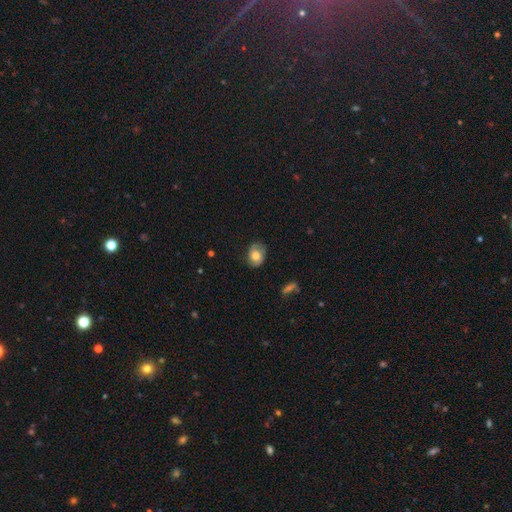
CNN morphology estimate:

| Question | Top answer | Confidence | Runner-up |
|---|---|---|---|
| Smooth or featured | smooth | 66% | featured or disk (26%) |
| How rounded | in between | 58% | round (41%) |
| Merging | none | 69% | minor disturbance (23%) |